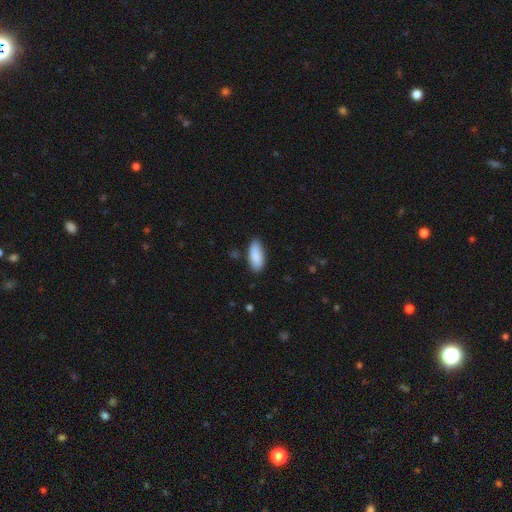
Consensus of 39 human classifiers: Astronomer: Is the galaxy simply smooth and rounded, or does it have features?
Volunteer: smooth — 90%.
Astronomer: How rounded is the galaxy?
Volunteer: in between — 89%.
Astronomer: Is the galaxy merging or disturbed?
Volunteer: none — 69%.